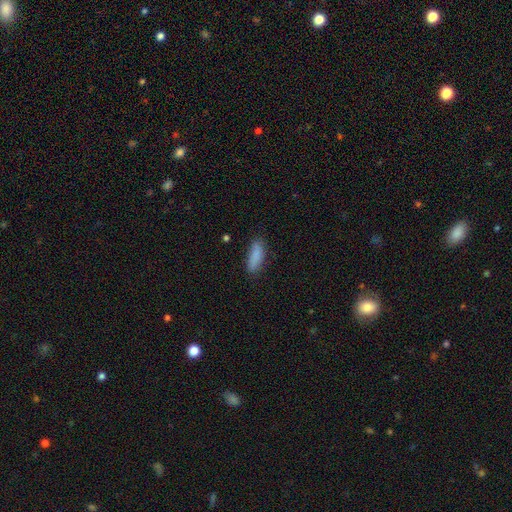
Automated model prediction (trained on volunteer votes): Q: Smooth or featured?
A: smooth (86%); runner-up: star or artifact (7%)
Q: How rounded?
A: in between (58%); runner-up: cigar-shaped (40%)
Q: Merging?
A: none (78%); runner-up: minor disturbance (17%)